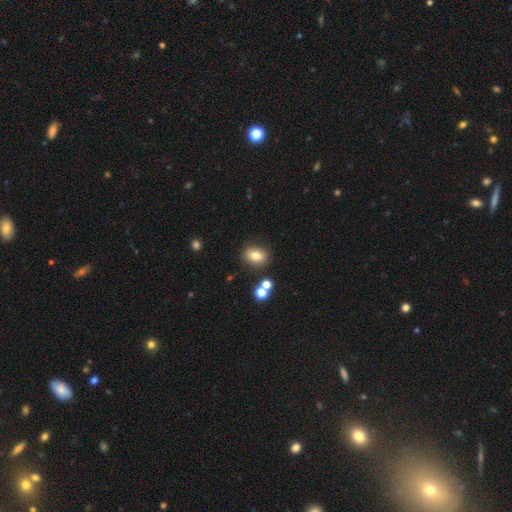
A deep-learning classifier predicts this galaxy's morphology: Q: Smooth or featured?
A: smooth (76%); runner-up: featured or disk (12%)
Q: How rounded?
A: in between (61%); runner-up: round (37%)
Q: Merging?
A: none (78%); runner-up: minor disturbance (12%)